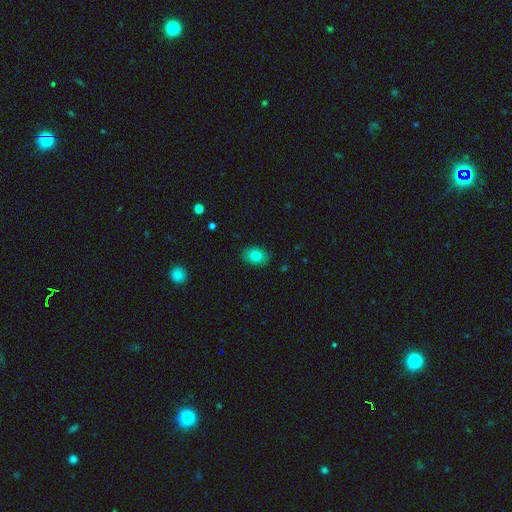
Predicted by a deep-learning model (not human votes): A smooth galaxy with no disk features (78%) that is in between round and cigar-shaped (69%). Merging: none (88%).